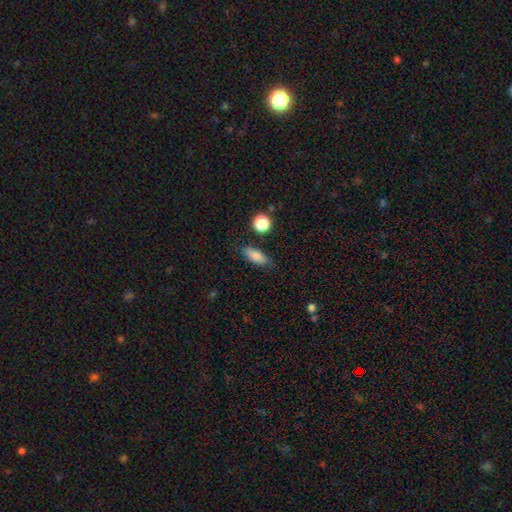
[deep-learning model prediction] Smooth or featured?
  - smooth: 82% *
  - featured or disk: 9%
  - star or artifact: 9%
How rounded?
  - in between: 73% *
  - cigar-shaped: 22%
  - round: 6%
Merging?
  - none: 81% *
  - minor disturbance: 13%
  - major disturbance: 3%
  - merger: 3%